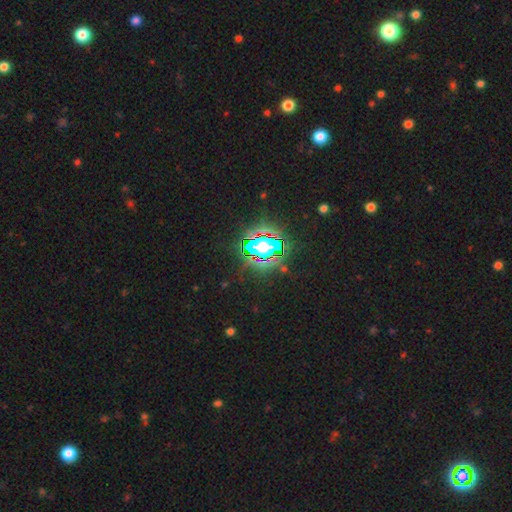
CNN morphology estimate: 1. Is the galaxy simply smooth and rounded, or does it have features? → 75% star or artifact, 14% smooth, 11% featured or disk.